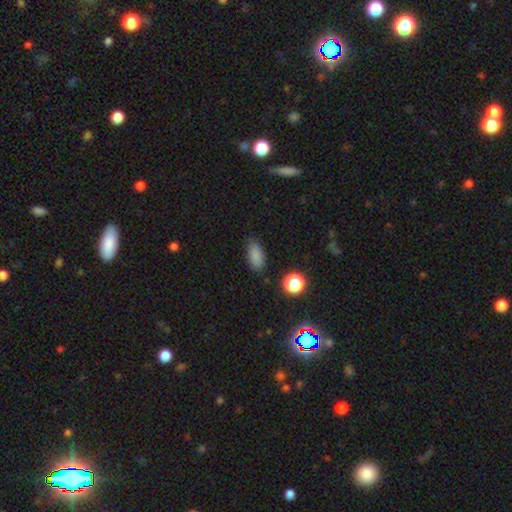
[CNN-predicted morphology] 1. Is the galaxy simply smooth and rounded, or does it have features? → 83% smooth, 12% star or artifact, 5% featured or disk.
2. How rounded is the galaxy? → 85% in between, 9% cigar-shaped, 6% round.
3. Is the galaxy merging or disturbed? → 80% none, 14% minor disturbance, 4% major disturbance, 2% merger.